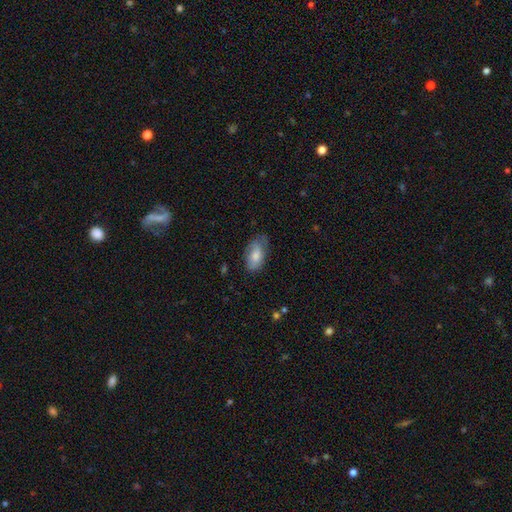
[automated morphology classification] smooth-or-featured: smooth: 70% | featured or disk: 24% | star or artifact: 6%
  how-rounded: in between: 93% | round: 4% | cigar-shaped: 3%
  merging: none: 57% | minor disturbance: 32% | major disturbance: 10% | merger: 2%